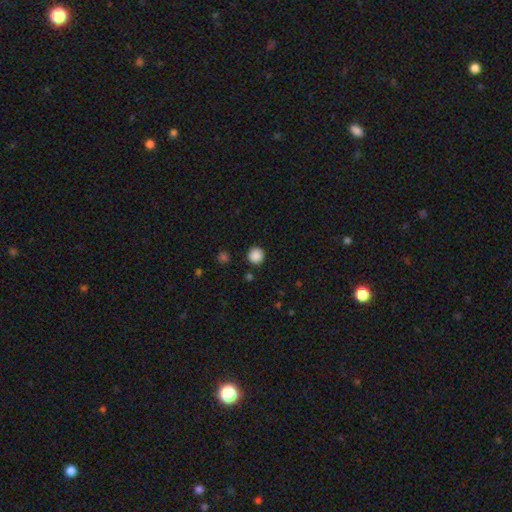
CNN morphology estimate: A smooth galaxy with no disk features (88%) that is round (95%).

Vote fractions:
- Smooth or featured? smooth: 88% / star or artifact: 10% / featured or disk: 2%
- How rounded? round: 95% / in between: 4% / cigar-shaped: 1%
- Merging? none: 91% / minor disturbance: 5% / major disturbance: 2% / merger: 2%